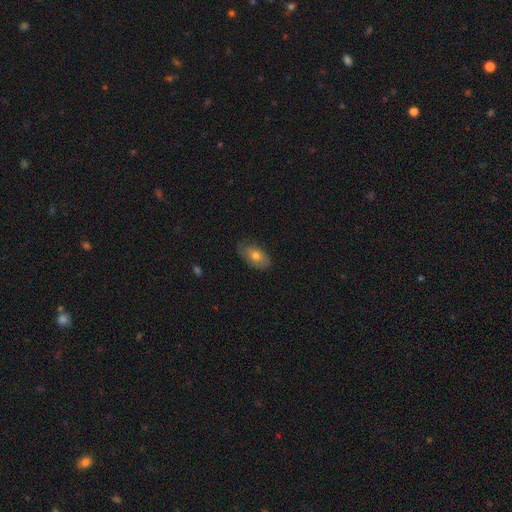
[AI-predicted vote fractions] Smooth or featured? smooth (69%)
How rounded? in between (91%)
Merging? none (71%)